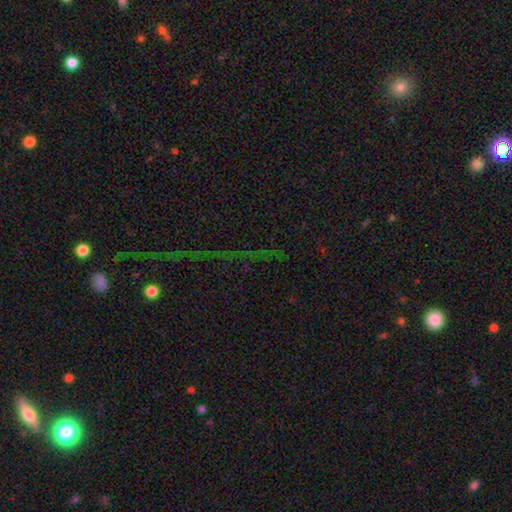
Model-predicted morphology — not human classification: The model was most divided on "smooth or featured": star or artifact: 72%, smooth: 16%, featured or disk: 12%.